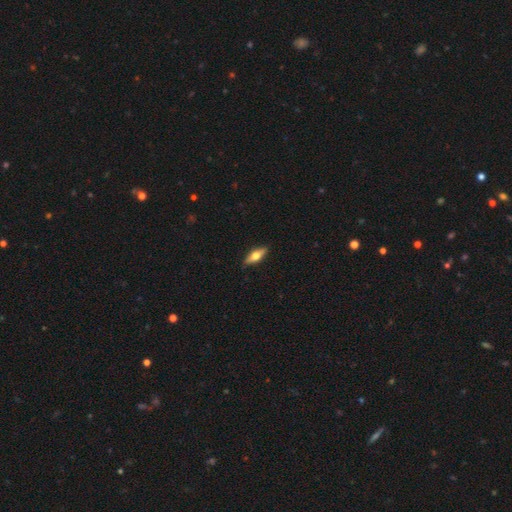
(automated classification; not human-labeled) A featured or disk galaxy (47%). Merging: none (88%).